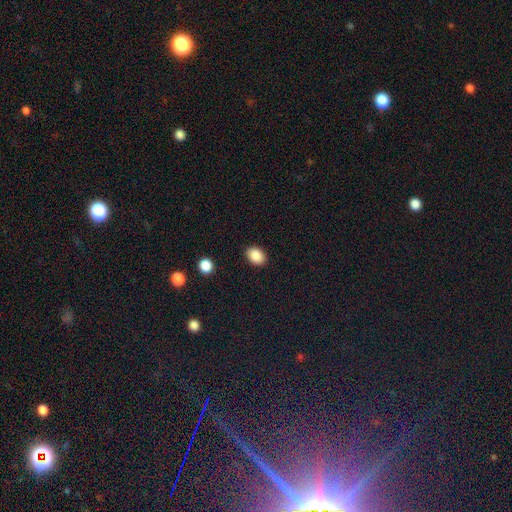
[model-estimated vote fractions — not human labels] smooth-or-featured: smooth: 88% | star or artifact: 8% | featured or disk: 4%
  how-rounded: in between: 76% | round: 23% | cigar-shaped: 1%
  merging: none: 88% | minor disturbance: 9% | major disturbance: 2% | merger: 1%